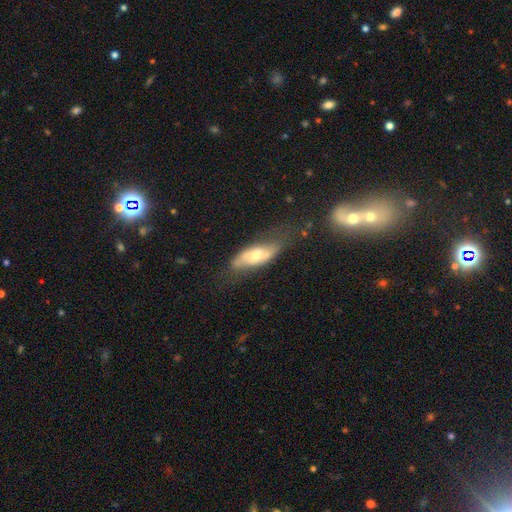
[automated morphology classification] smooth_or_featured: smooth (p=0.48) [alt: featured or disk p=0.46]
merging: none (p=0.56) [alt: minor disturbance p=0.28]